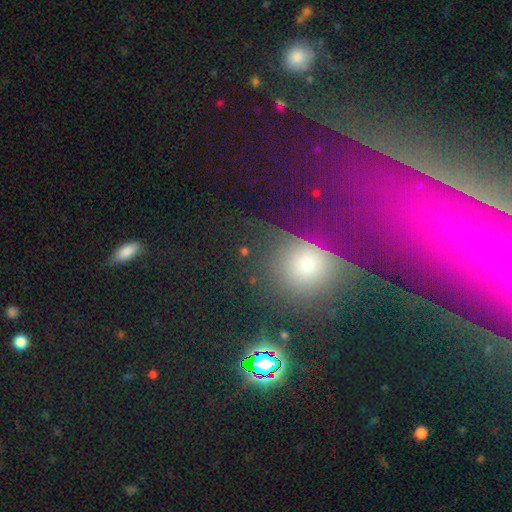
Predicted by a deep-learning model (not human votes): This is possibly a smooth galaxy (48%). Merging: clearly none (82%).